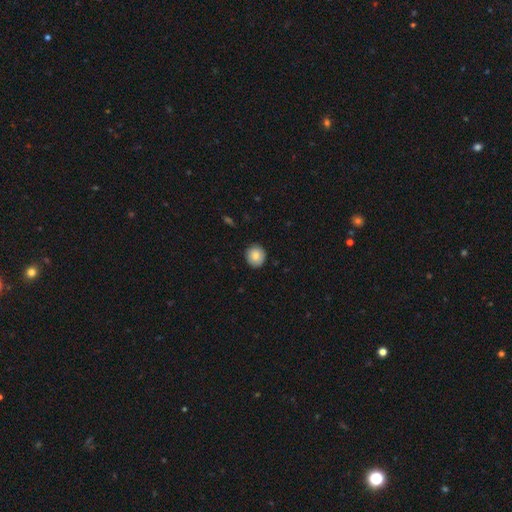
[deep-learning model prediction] Q: Smooth or featured?
A: smooth (84%); runner-up: featured or disk (8%)
Q: How rounded?
A: round (90%); runner-up: in between (9%)
Q: Merging?
A: none (90%); runner-up: minor disturbance (8%)